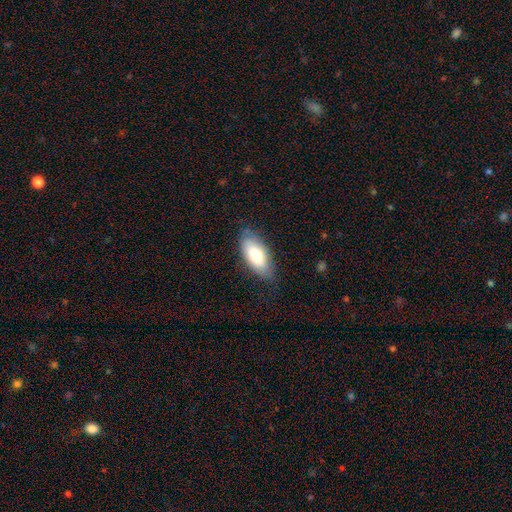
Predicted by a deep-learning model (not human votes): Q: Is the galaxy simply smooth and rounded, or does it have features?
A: smooth — 75%.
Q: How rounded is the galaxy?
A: in between — 87%.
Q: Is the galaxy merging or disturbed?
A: none — 77%.